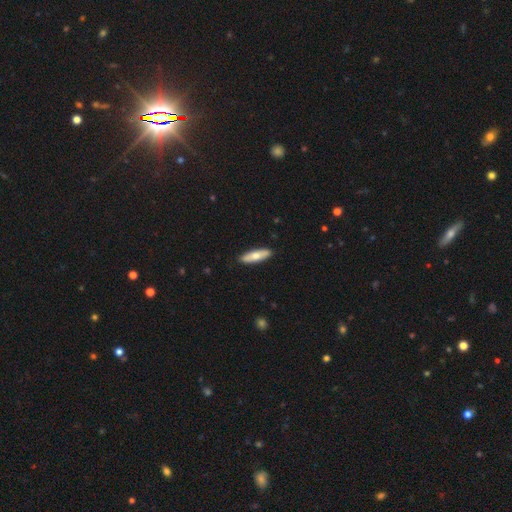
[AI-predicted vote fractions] Smooth or featured: smooth — 65% (featured or disk — 29%)
How rounded: cigar-shaped — 65% (in between — 33%)
Merging: none — 90% (minor disturbance — 8%)